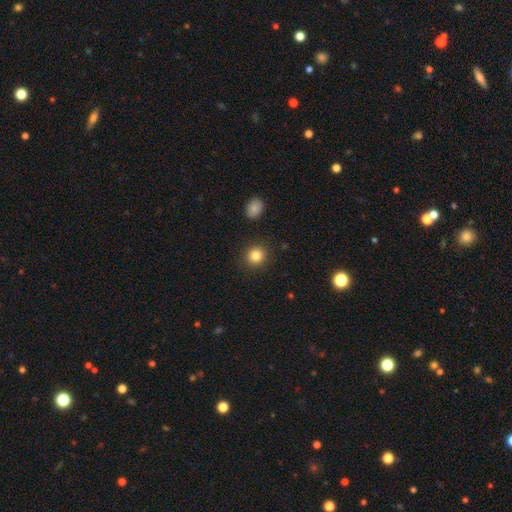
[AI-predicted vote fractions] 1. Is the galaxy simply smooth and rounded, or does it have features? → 84% smooth, 11% star or artifact, 5% featured or disk.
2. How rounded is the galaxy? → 90% round, 10% in between, 1% cigar-shaped.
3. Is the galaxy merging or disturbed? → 90% none, 6% minor disturbance, 2% major disturbance, 2% merger.